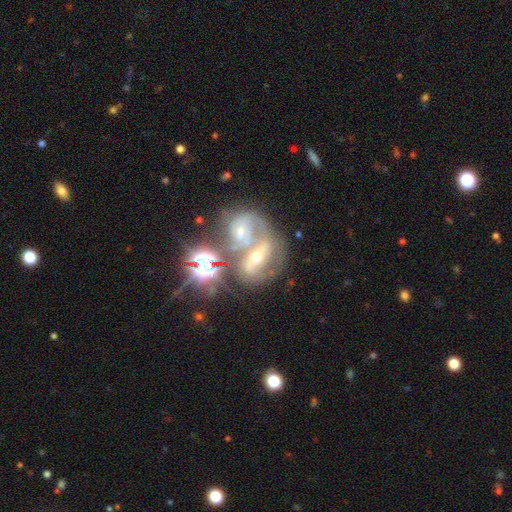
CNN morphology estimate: smooth_or_featured: featured or disk (p=0.70) [alt: smooth p=0.16]
disk_edge_on: no (p=0.95) [alt: yes p=0.05]
bar: weak (p=0.36) [alt: strong p=0.33]
has_spiral_arms: yes (p=0.77) [alt: no p=0.23]
spiral_winding: tight (p=0.42) [alt: medium p=0.39]
spiral_arm_count: 2 (p=0.60) [alt: can't tell p=0.23]
bulge_size: small (p=0.48) [alt: moderate p=0.43]
merging: merger (p=0.57) [alt: none p=0.26]